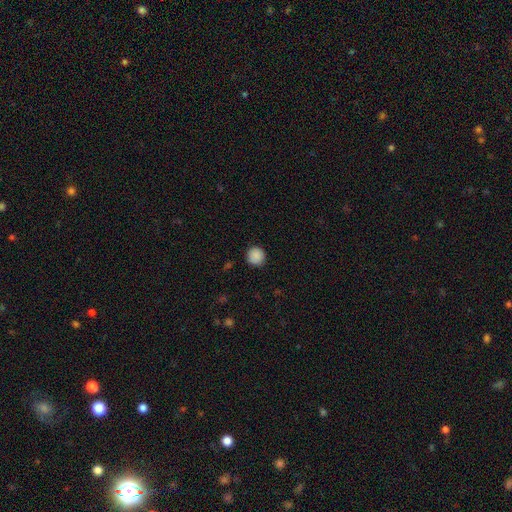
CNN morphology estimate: type=smooth (88%); roundness=round (94%); merging=none (90%).